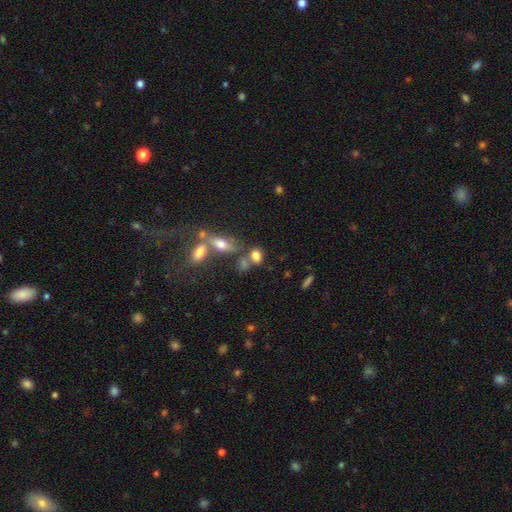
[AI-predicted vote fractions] Smooth or featured? Predicted: smooth (p=0.77). How rounded? Predicted: in between (p=0.71). Merging? Predicted: none (p=0.46).